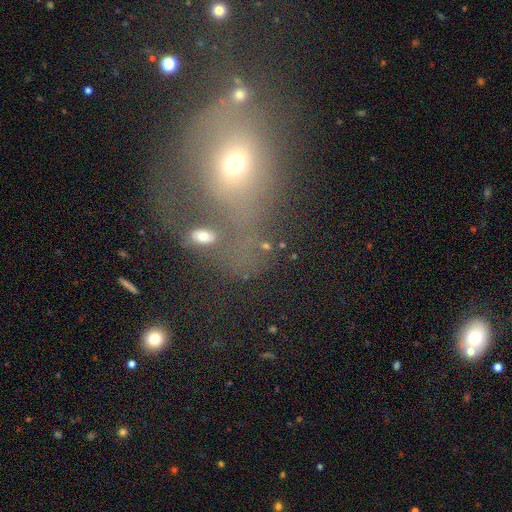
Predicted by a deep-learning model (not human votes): This is possibly a smooth galaxy (45%). Merging: marginally none (37%).